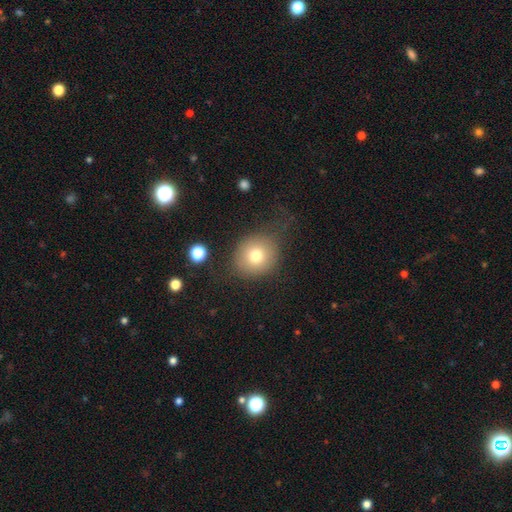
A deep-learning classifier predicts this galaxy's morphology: Q: Smooth or featured?
A: smooth (75%); runner-up: featured or disk (14%)
Q: How rounded?
A: round (79%); runner-up: in between (20%)
Q: Merging?
A: none (63%); runner-up: minor disturbance (20%)